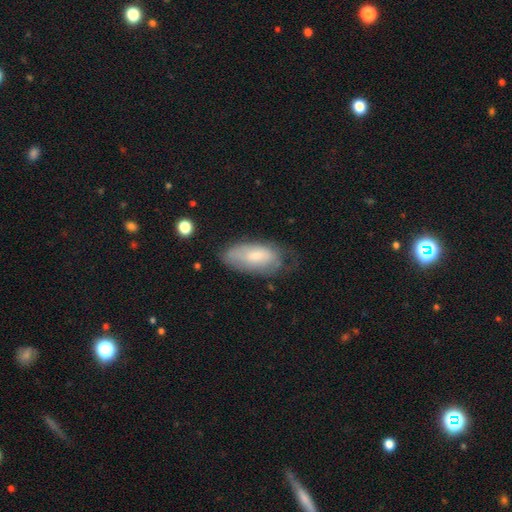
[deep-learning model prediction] The model was most divided on "merging": none: 52%, minor disturbance: 32%, major disturbance: 14%, merger: 2%. More confident: how rounded — in between (85%); smooth or featured — smooth (61%).